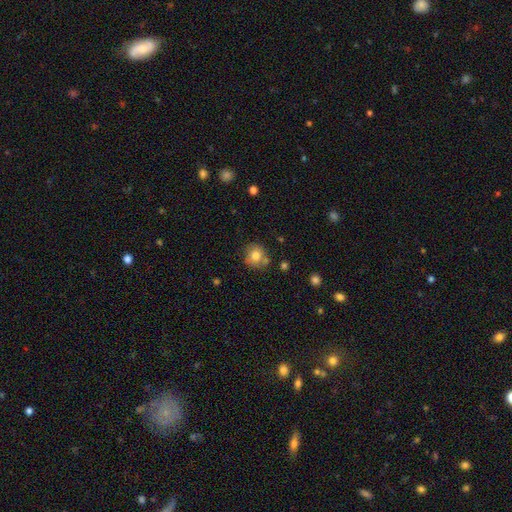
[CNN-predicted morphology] smooth_or_featured: smooth (p=0.78) [alt: featured or disk p=0.12]
how_rounded: round (p=0.87) [alt: in between p=0.12]
merging: none (p=0.71) [alt: minor disturbance p=0.16]